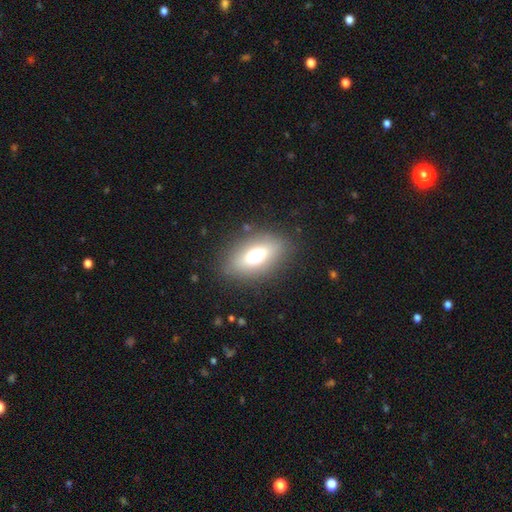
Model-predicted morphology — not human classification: smooth 62%, featured or disk 24%, star or artifact 14%. Down the decision tree: how rounded — in between (79%); merging — none (84%).